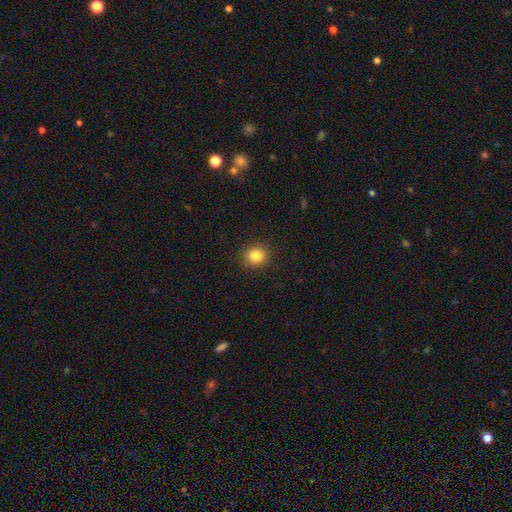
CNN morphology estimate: Smooth or featured? Predicted: smooth (p=0.84). How rounded? Predicted: round (p=0.80). Merging? Predicted: none (p=0.89).